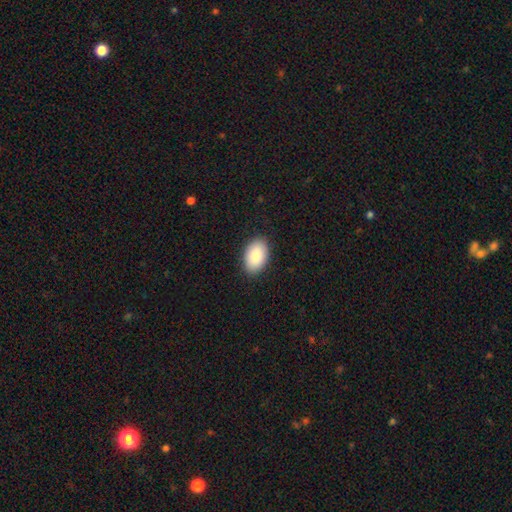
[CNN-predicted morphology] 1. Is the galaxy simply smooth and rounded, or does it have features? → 87% smooth, 6% featured or disk, 6% star or artifact.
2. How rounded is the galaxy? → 92% in between, 7% round, 1% cigar-shaped.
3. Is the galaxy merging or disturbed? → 89% none, 8% minor disturbance, 2% major disturbance, 1% merger.